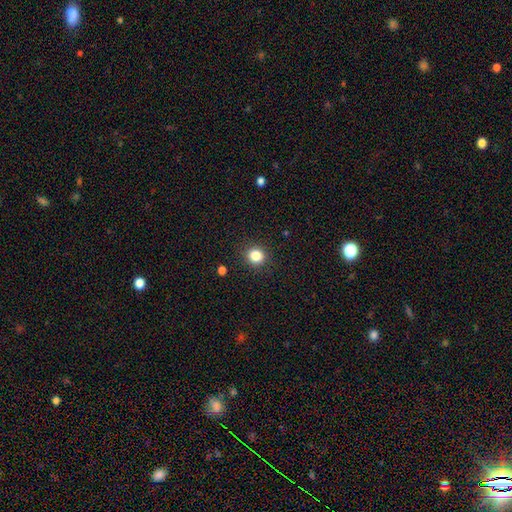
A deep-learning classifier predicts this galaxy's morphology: The model was most divided on "smooth or featured": smooth: 84%, star or artifact: 12%, featured or disk: 5%. More confident: merging — none (90%); how rounded — round (86%).